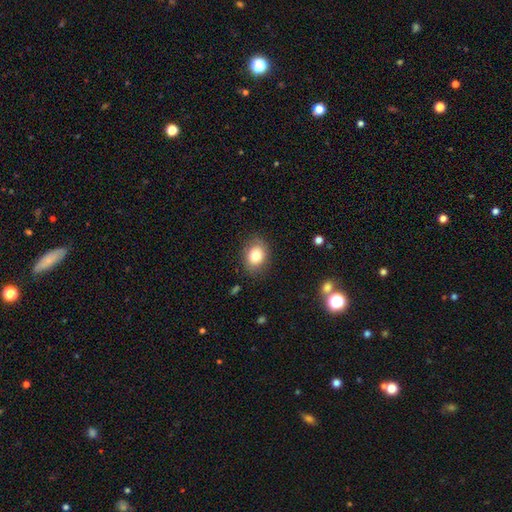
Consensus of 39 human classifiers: Overall: smooth (82%). How rounded: in between (56%; round 44%). Merging: none (82%).